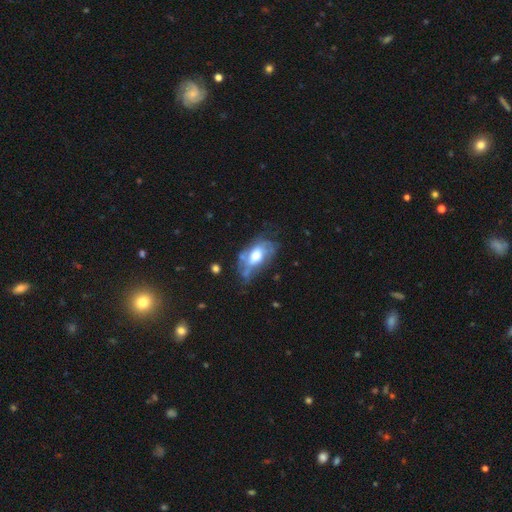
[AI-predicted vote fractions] Smooth or featured: featured or disk — 62% (smooth — 31%)
Edge-on disk: no — 92% (yes — 8%)
Bar: no — 71% (weak — 24%)
Spiral arms: yes — 62% (no — 38%)
Bulge size: moderate — 44% (large — 43%)
Merging: none — 41% (minor disturbance — 30%)